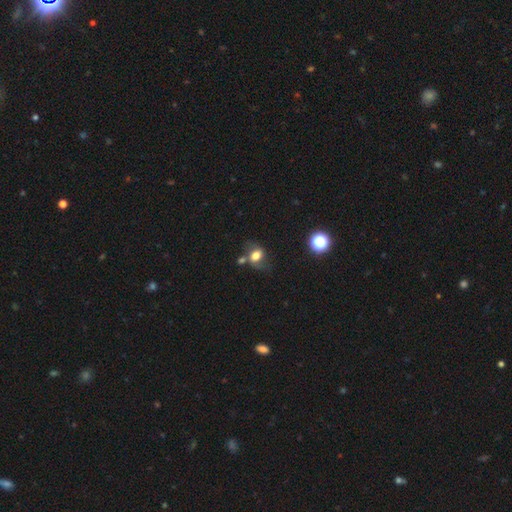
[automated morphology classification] A smooth galaxy with no disk features (61%) that is in between round and cigar-shaped (64%).

Vote fractions:
- Smooth or featured? smooth: 61% / featured or disk: 27% / star or artifact: 12%
- How rounded? in between: 64% / round: 34% / cigar-shaped: 2%
- Merging? none: 48% / minor disturbance: 21% / merger: 19% / major disturbance: 12%